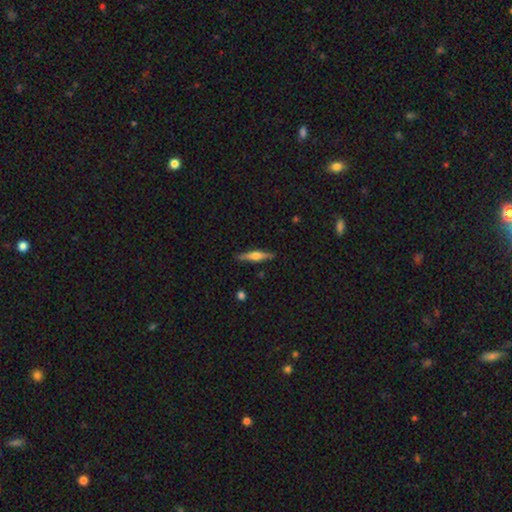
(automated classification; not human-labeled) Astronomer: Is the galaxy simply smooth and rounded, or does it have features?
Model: featured or disk — 64%.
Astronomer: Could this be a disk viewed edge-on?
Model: yes — 97%.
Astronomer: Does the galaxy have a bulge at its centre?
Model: rounded — 87%.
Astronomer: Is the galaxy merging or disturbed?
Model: none — 89%.